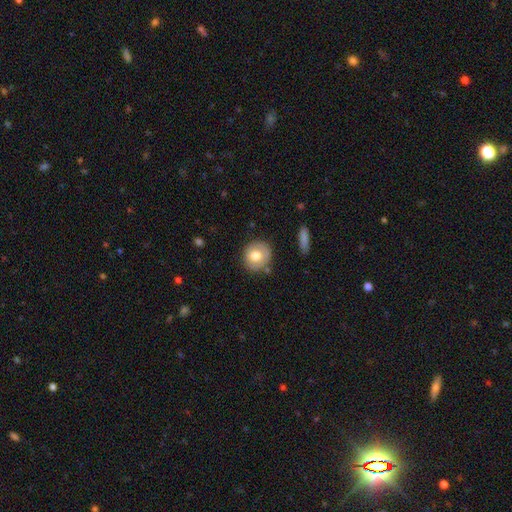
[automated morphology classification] Smooth or featured?
  - smooth: 72% *
  - featured or disk: 20%
  - star or artifact: 8%
How rounded?
  - round: 85% *
  - in between: 14%
  - cigar-shaped: 1%
Merging?
  - none: 81% *
  - minor disturbance: 13%
  - merger: 3%
  - major disturbance: 3%